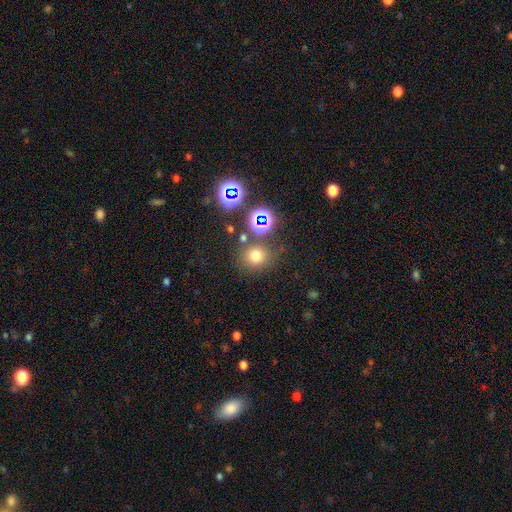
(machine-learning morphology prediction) Smooth or featured?
  - smooth: 69% *
  - star or artifact: 23%
  - featured or disk: 8%
How rounded?
  - round: 82% *
  - in between: 17%
  - cigar-shaped: 1%
Merging?
  - none: 74% *
  - minor disturbance: 11%
  - merger: 10%
  - major disturbance: 5%